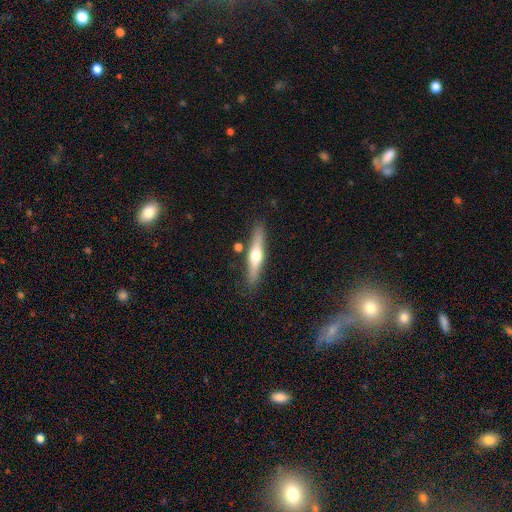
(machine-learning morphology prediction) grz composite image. It shows a featured or disk galaxy (55%) viewed edge-on (94%) with a rounded central bulge (92%). Merging: none (83%).